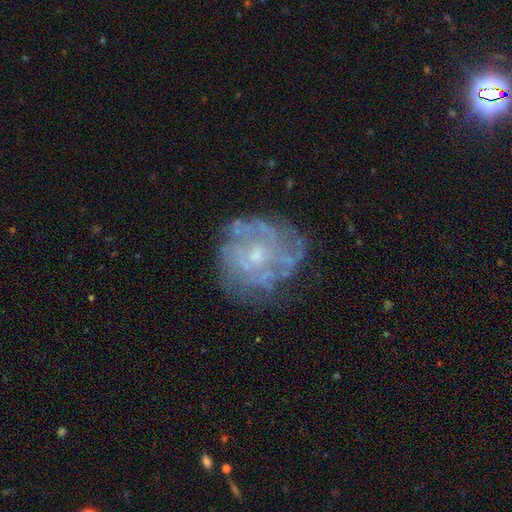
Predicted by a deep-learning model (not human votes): smooth_or_featured: featured or disk (p=0.73) [alt: smooth p=0.18]
disk_edge_on: no (p=0.98) [alt: yes p=0.02]
bar: no (p=0.80) [alt: weak p=0.17]
has_spiral_arms: yes (p=0.54) [alt: no p=0.46]
bulge_size: small (p=0.55) [alt: moderate p=0.36]
merging: none (p=0.67) [alt: minor disturbance p=0.19]